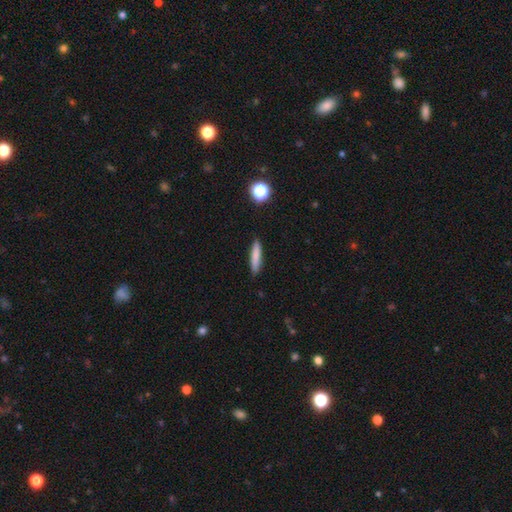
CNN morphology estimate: Smooth or featured?
  - smooth: 80% *
  - featured or disk: 12%
  - star or artifact: 8%
How rounded?
  - cigar-shaped: 85% *
  - in between: 13%
  - round: 2%
Merging?
  - none: 88% *
  - minor disturbance: 9%
  - major disturbance: 2%
  - merger: 1%